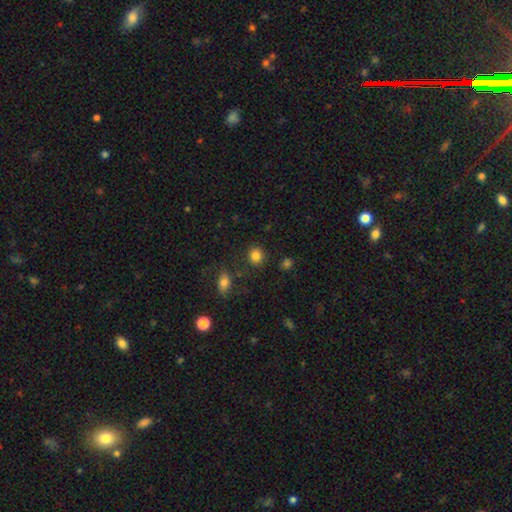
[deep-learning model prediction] Smooth or featured? Predicted: smooth (p=0.83). How rounded? Predicted: round (p=0.82). Merging? Predicted: none (p=0.84).